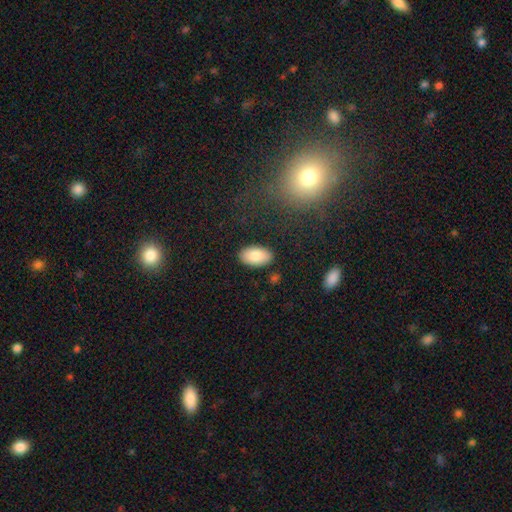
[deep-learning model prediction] This is clearly a smooth galaxy (86%). How rounded: clearly in between (95%). Merging: clearly none (87%).